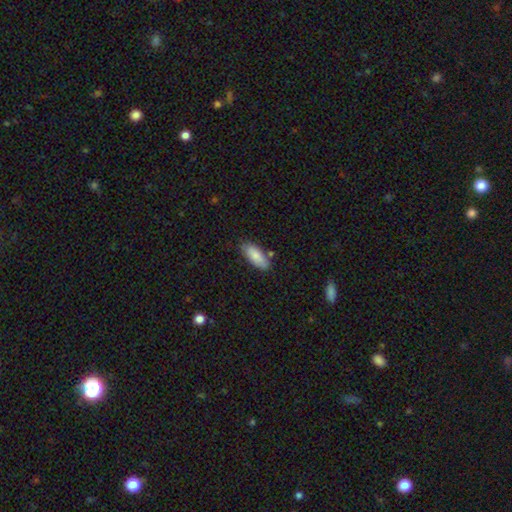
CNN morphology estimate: A smooth galaxy with no disk features (84%) that is in between round and cigar-shaped (80%).

Vote fractions:
- Smooth or featured? smooth: 84% / featured or disk: 10% / star or artifact: 6%
- How rounded? in between: 80% / cigar-shaped: 19% / round: 2%
- Merging? none: 75% / minor disturbance: 16% / merger: 5% / major disturbance: 3%